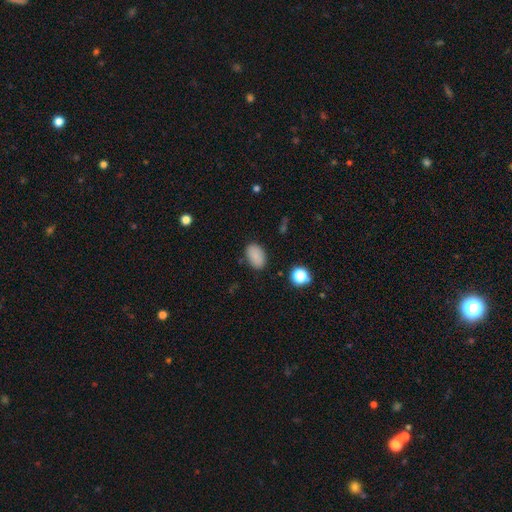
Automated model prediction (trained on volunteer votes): This is clearly a smooth galaxy (85%). How rounded: clearly in between (88%). Merging: clearly none (84%).